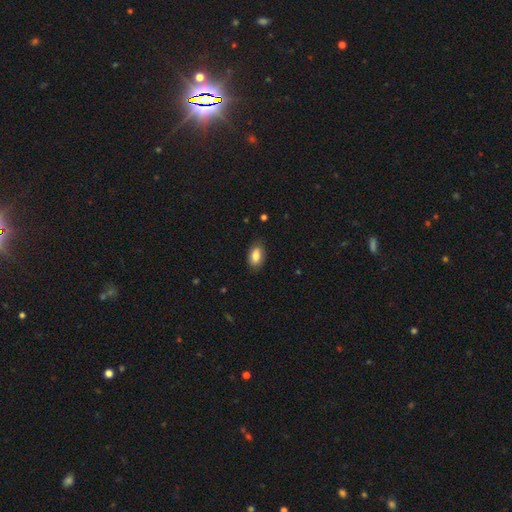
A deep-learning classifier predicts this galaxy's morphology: Overall: smooth (83%). How rounded: in between (92%). Merging: none (82%).